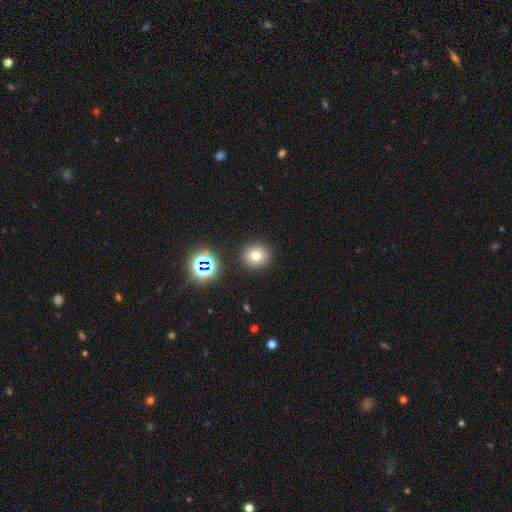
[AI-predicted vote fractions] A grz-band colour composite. It shows a smooth galaxy with no disk features (73%) that is round (88%). Merging: none (89%).